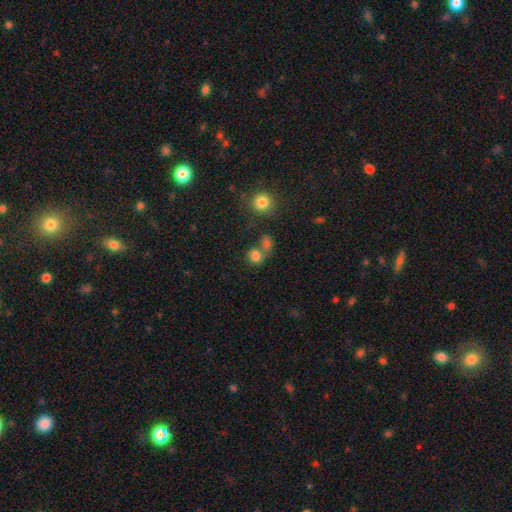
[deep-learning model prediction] Smooth or featured?
  - smooth: 78% *
  - star or artifact: 13%
  - featured or disk: 9%
How rounded?
  - round: 71% *
  - in between: 28%
  - cigar-shaped: 1%
Merging?
  - merger: 44% *
  - none: 40%
  - minor disturbance: 9%
  - major disturbance: 6%